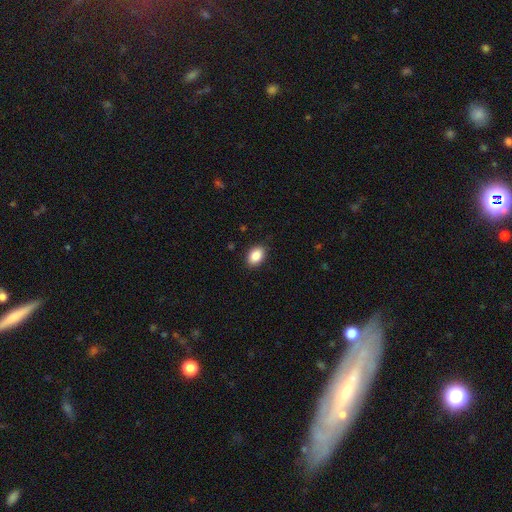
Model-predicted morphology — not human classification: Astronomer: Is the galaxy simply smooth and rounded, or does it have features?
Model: smooth — 88%.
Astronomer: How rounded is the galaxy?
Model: in between — 83%.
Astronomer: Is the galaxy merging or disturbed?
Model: none — 88%.